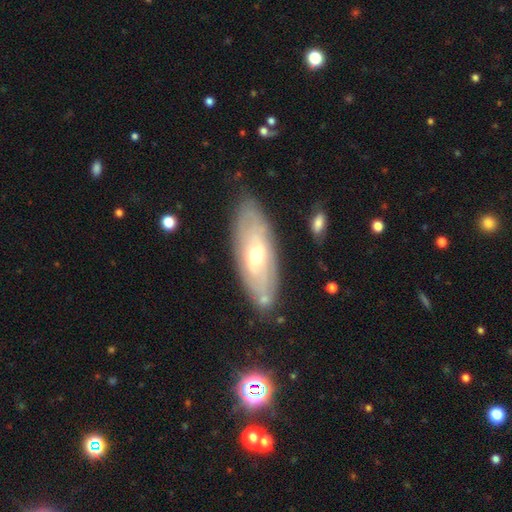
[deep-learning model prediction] A featured or disk galaxy (65%) with no bar (62%), spiral arms (67%) and a moderate central bulge (58%).

Vote fractions:
- Smooth or featured? featured or disk: 65% / smooth: 29% / star or artifact: 6%
- Edge-on disk? no: 81% / yes: 19%
- Bar? no: 62% / weak: 31% / strong: 8%
- Spiral arms? yes: 67% / no: 33%
- Bulge size? moderate: 58% / small: 35% / large: 5% / none: 1% / dominant: 1%
- Merging? none: 79% / minor disturbance: 14% / major disturbance: 4% / merger: 3%